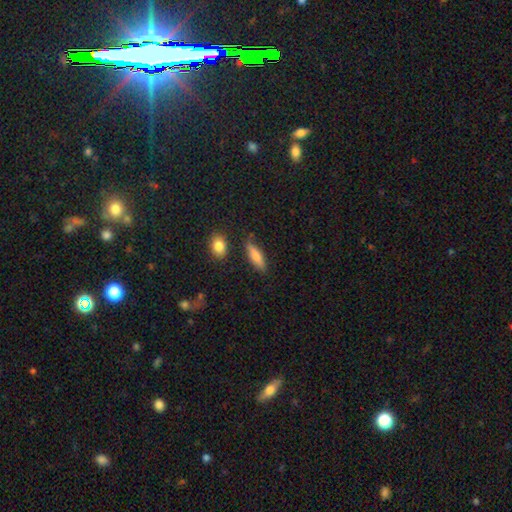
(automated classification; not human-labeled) Smooth or featured: smooth — 75% (featured or disk — 17%)
How rounded: cigar-shaped — 57% (in between — 40%)
Merging: none — 79% (minor disturbance — 14%)